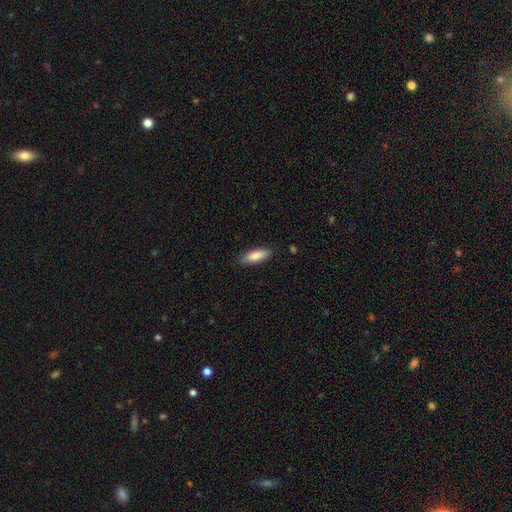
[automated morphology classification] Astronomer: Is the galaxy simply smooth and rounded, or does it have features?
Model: smooth — 84%.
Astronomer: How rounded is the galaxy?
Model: in between — 61% (runner-up: cigar-shaped, 38%).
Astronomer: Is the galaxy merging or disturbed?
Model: none — 86%.